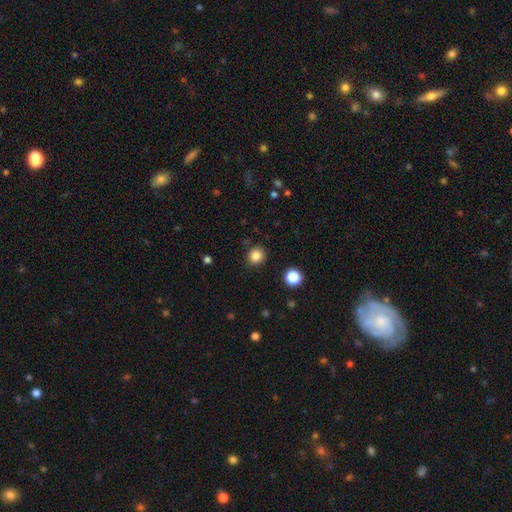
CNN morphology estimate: A smooth galaxy with no disk features (85%) that is round (89%).

Vote fractions:
- Smooth or featured? smooth: 85% / star or artifact: 11% / featured or disk: 4%
- How rounded? round: 89% / in between: 10% / cigar-shaped: 1%
- Merging? none: 89% / minor disturbance: 7% / major disturbance: 2% / merger: 2%